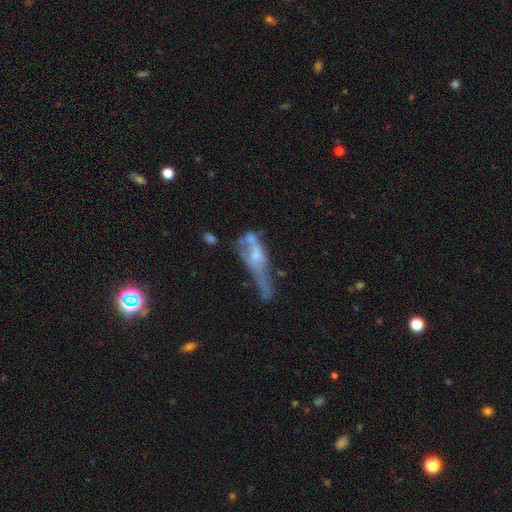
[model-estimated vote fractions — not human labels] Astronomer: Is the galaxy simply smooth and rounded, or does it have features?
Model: featured or disk — 54% (runner-up: smooth, 35%).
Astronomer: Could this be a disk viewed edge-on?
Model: no — 67%.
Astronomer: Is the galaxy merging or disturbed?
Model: major disturbance — 38% (runner-up: merger, 26%).